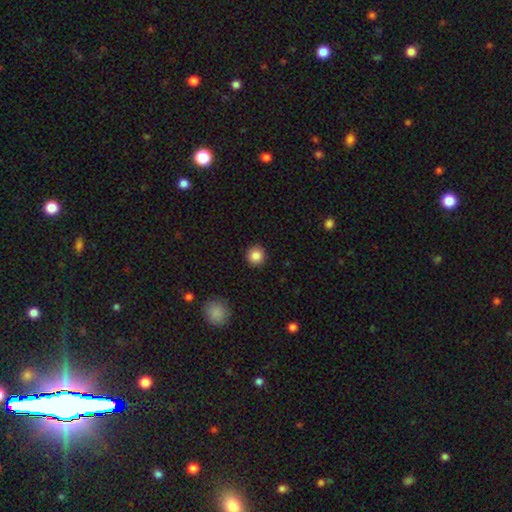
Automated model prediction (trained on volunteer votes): Smooth or featured: smooth — 85% (star or artifact — 10%)
How rounded: round — 94% (in between — 5%)
Merging: none — 92% (minor disturbance — 6%)